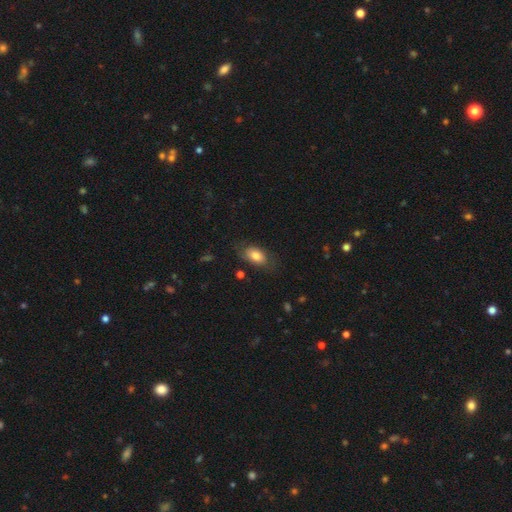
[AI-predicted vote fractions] A smooth galaxy with no disk features (73%) that is in between round and cigar-shaped (90%). Merging: none (67%).